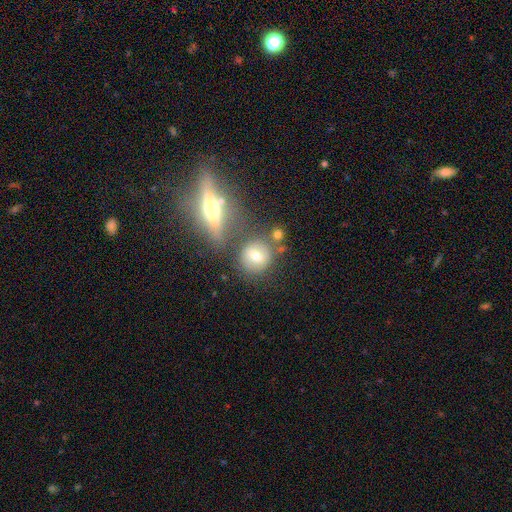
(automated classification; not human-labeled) Morphology: type=smooth (65%); roundness=round (80%); merging=none (66%).